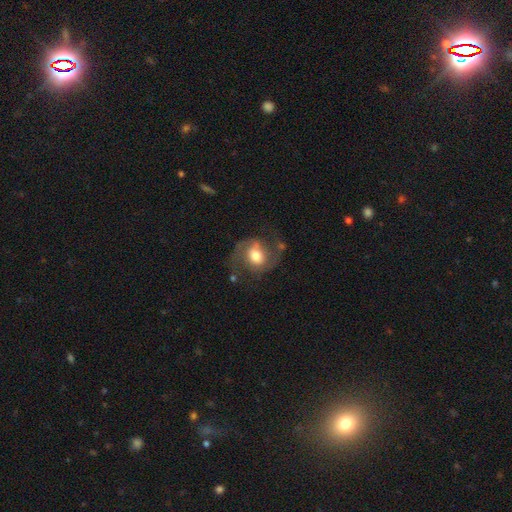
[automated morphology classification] This appears to be a featured or disk galaxy (69%) with no bar (52%), 2 (89%) medium (51%) spiral arms (89%) and a moderate central bulge (59%). Merging: none (60%).